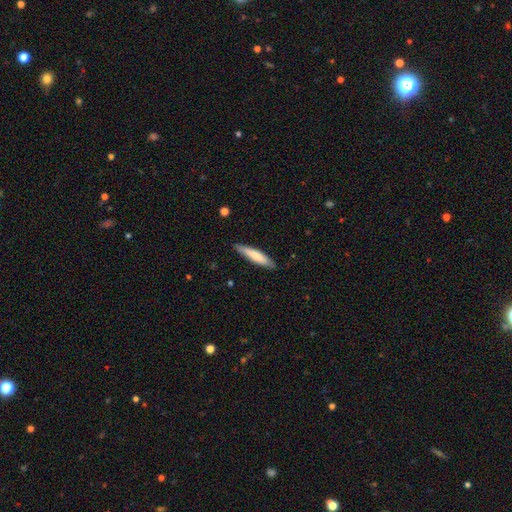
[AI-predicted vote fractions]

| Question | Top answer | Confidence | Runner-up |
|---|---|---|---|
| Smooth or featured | smooth | 72% | featured or disk (23%) |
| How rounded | cigar-shaped | 85% | in between (14%) |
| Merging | none | 87% | minor disturbance (10%) |